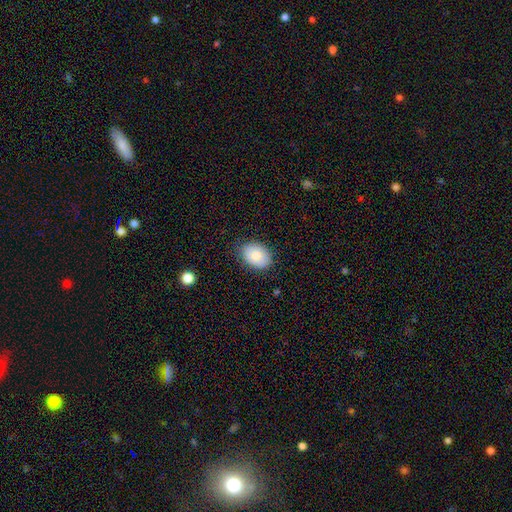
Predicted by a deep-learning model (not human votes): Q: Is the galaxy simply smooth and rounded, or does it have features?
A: smooth — 82%.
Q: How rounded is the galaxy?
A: in between — 75%.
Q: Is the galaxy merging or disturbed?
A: none — 82%.